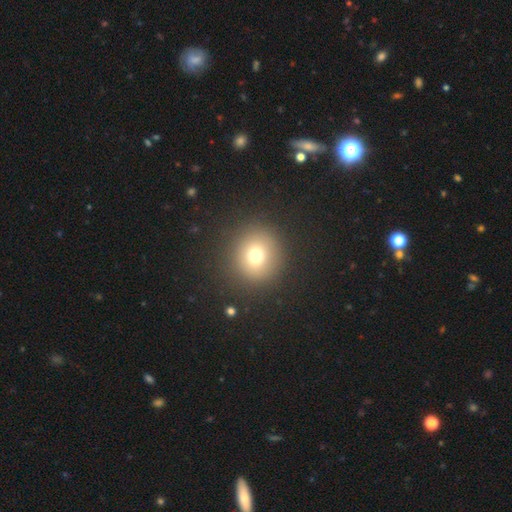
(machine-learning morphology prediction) Smooth or featured: smooth — 73% (star or artifact — 15%)
How rounded: round — 91% (in between — 8%)
Merging: none — 89% (minor disturbance — 6%)